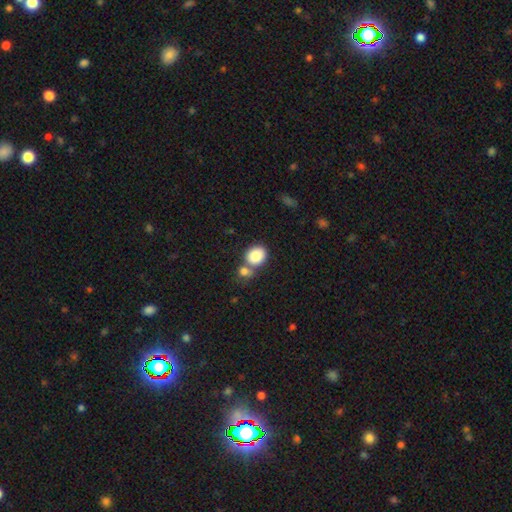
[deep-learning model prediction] smooth 84%, featured or disk 8%, star or artifact 8%. Down the decision tree: how rounded — round (58%); merging — none (50%).